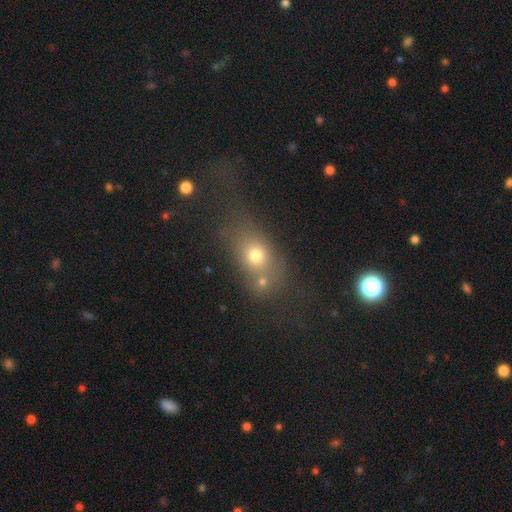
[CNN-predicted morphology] Smooth or featured? Predicted: smooth (p=0.68). How rounded? Predicted: in between (p=0.59). Merging? Predicted: none (p=0.48).